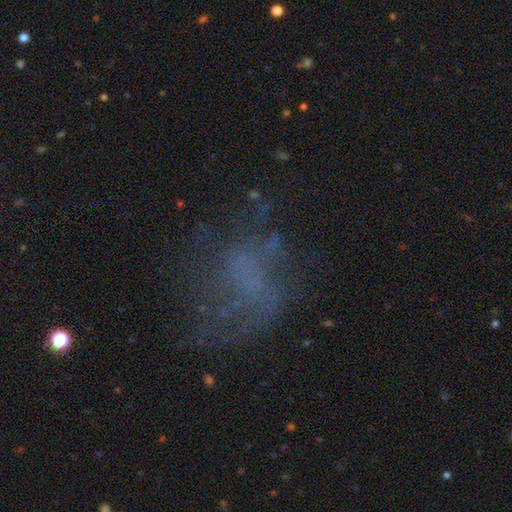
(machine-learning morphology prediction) A featured or disk galaxy (45%).

Vote fractions:
- Smooth or featured? featured or disk: 45% / smooth: 27% / star or artifact: 27%
- Merging? none: 51% / major disturbance: 28% / minor disturbance: 18% / merger: 3%